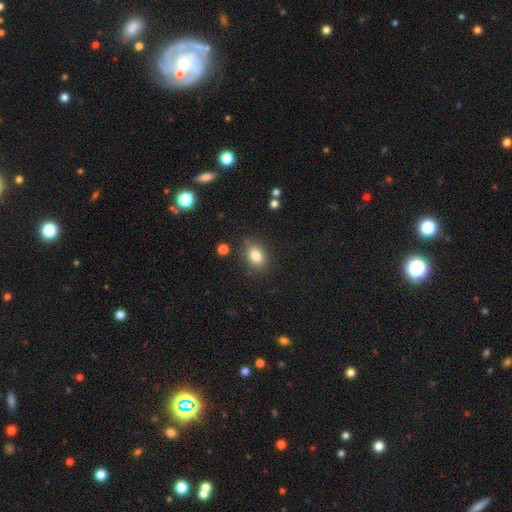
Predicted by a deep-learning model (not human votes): smooth_or_featured: smooth (p=0.81) [alt: star or artifact p=0.10]
how_rounded: in between (p=0.68) [alt: round p=0.31]
merging: none (p=0.81) [alt: minor disturbance p=0.13]